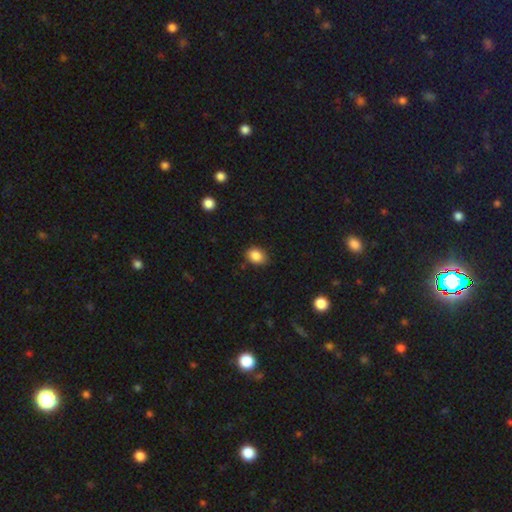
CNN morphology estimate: type=smooth (86%); roundness=in between (61%); merging=none (84%).